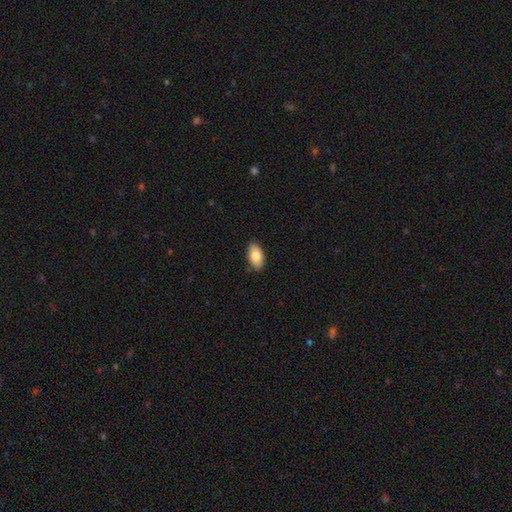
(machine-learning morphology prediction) A smooth galaxy with no disk features (84%) that is in between round and cigar-shaped (94%). Merging: none (87%).